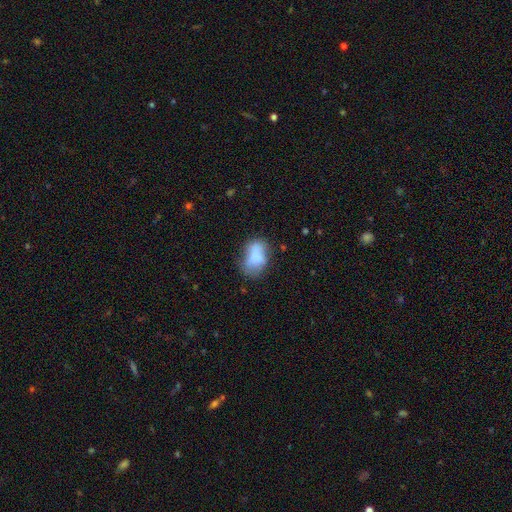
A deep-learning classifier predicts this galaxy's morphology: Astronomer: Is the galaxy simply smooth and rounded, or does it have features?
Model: smooth — 74%.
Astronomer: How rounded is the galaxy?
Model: in between — 86%.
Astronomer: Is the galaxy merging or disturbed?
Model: none — 42% (runner-up: minor disturbance, 32%).